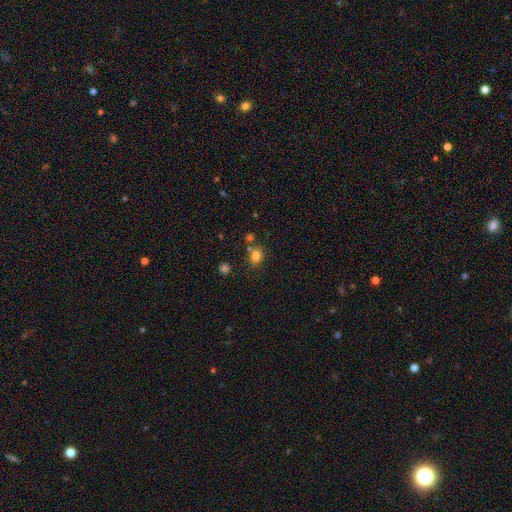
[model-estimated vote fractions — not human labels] The model was most divided on "how rounded": round: 54%, in between: 45%, cigar-shaped: 1%. More confident: smooth or featured — smooth (81%); merging — none (71%).